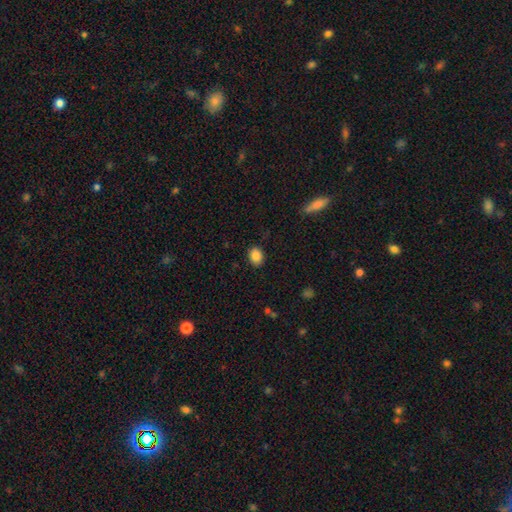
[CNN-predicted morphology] Q: Smooth or featured?
A: smooth (87%); runner-up: star or artifact (9%)
Q: How rounded?
A: in between (66%); runner-up: round (33%)
Q: Merging?
A: none (88%); runner-up: minor disturbance (9%)